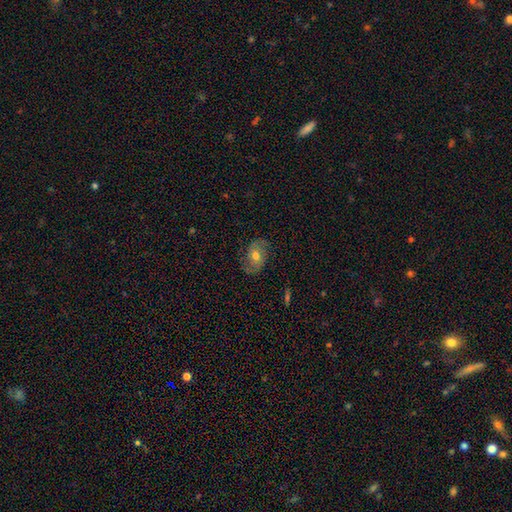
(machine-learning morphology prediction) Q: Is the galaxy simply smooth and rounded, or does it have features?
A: featured or disk — 56%.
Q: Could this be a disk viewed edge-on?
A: no — 96%.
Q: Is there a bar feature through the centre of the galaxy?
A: no — 62%.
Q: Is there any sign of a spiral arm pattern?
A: yes — 80%.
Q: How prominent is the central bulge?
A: moderate — 73%.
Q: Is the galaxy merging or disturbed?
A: none — 77%.